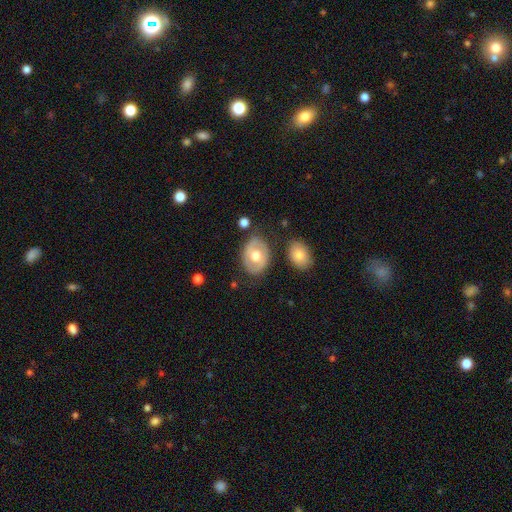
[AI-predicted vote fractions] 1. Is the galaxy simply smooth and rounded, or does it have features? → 47% featured or disk (tied), 47% smooth (tied), 6% star or artifact.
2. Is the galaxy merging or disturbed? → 72% none, 17% minor disturbance, 5% major disturbance, 5% merger.